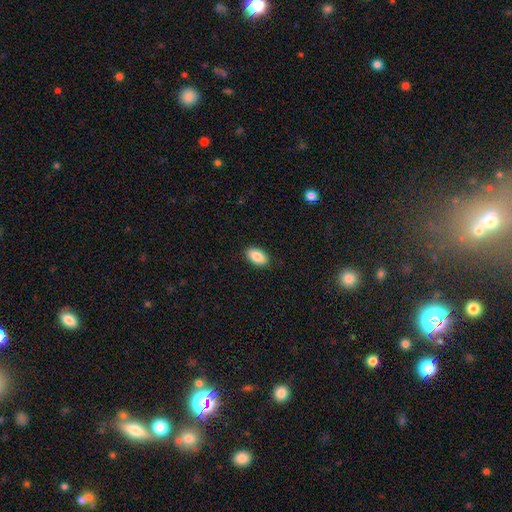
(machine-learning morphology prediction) The model was most divided on "smooth or featured": smooth: 86%, star or artifact: 7%, featured or disk: 7%. More confident: how rounded — in between (93%); merging — none (89%).